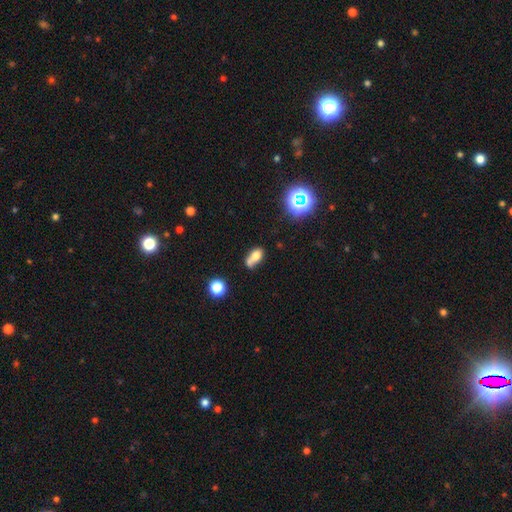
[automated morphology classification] Overall: smooth (68%). How rounded: in between (69%). Merging: merger (50%; none 28%).